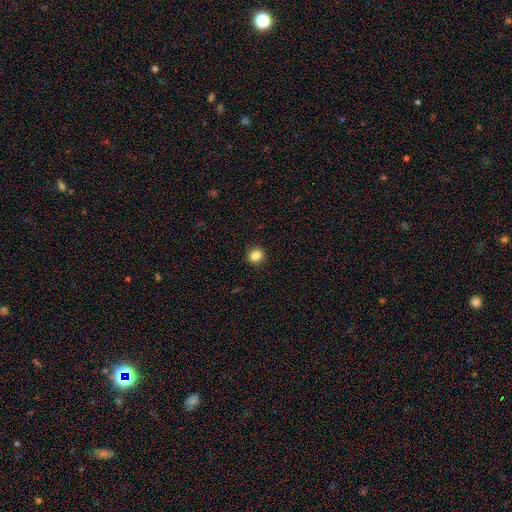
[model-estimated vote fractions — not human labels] Q: Smooth or featured?
A: smooth (85%); runner-up: star or artifact (11%)
Q: How rounded?
A: round (91%); runner-up: in between (8%)
Q: Merging?
A: none (92%); runner-up: minor disturbance (5%)